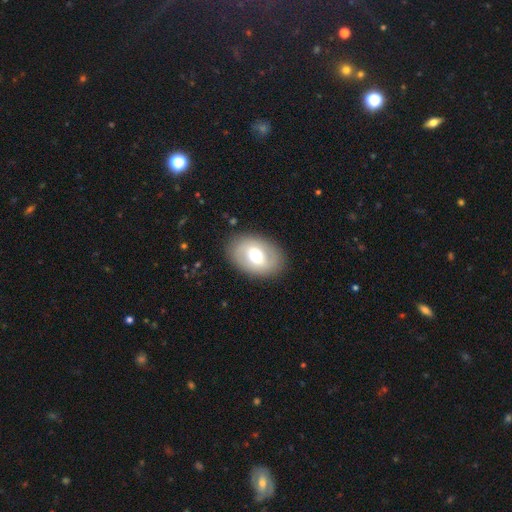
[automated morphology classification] Smooth or featured: smooth — 55% (featured or disk — 38%)
How rounded: in between — 81% (round — 18%)
Merging: none — 85% (minor disturbance — 10%)